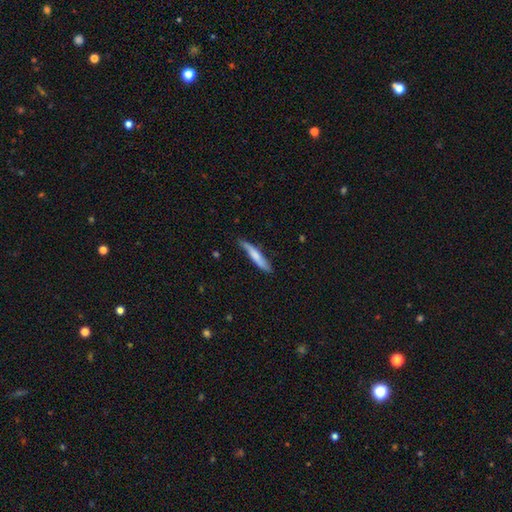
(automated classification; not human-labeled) Q: Smooth or featured?
A: smooth (70%); runner-up: featured or disk (25%)
Q: How rounded?
A: cigar-shaped (91%); runner-up: in between (8%)
Q: Merging?
A: none (70%); runner-up: minor disturbance (24%)